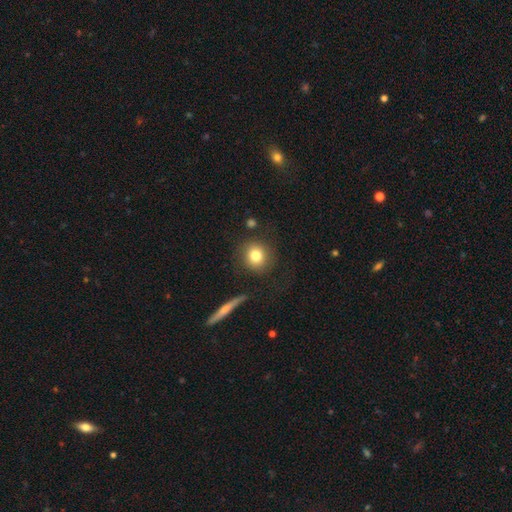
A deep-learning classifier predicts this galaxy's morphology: The model was most divided on "smooth or featured": smooth: 80%, featured or disk: 11%, star or artifact: 9%. More confident: how rounded — round (86%); merging — none (82%).